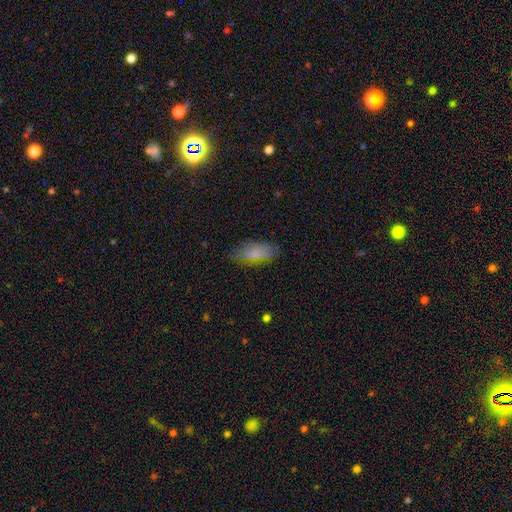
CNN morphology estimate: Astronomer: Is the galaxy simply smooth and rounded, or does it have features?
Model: smooth — 73%.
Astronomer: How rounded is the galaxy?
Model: in between — 82%.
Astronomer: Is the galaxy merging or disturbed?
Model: none — 76%.